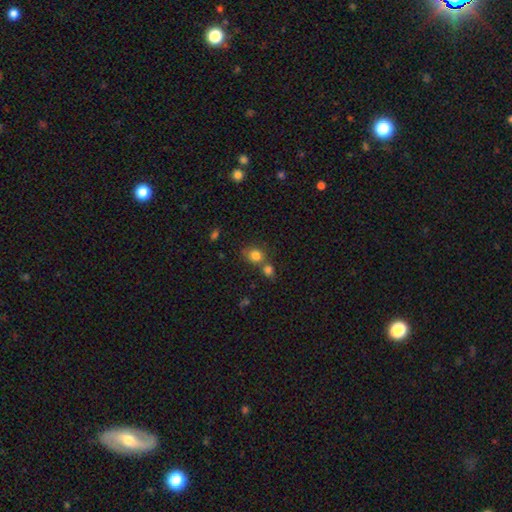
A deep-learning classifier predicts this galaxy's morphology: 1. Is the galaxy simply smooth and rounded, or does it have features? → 82% smooth, 11% star or artifact, 7% featured or disk.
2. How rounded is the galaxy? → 68% round, 31% in between, 1% cigar-shaped.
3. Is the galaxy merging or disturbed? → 50% none, 33% merger, 12% minor disturbance, 5% major disturbance.